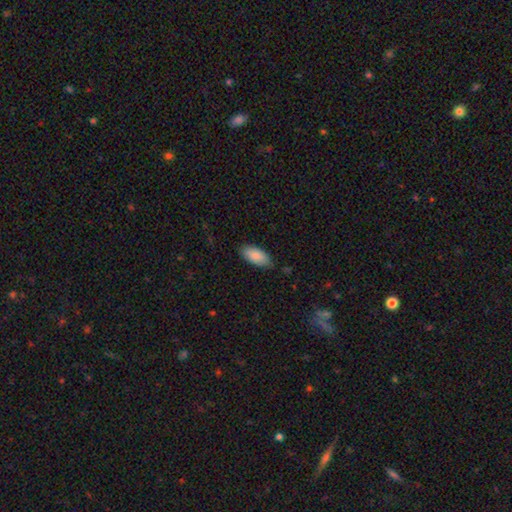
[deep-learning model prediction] The model was most divided on "merging": none: 81%, minor disturbance: 16%, major disturbance: 3%, merger: 1%. More confident: how rounded — in between (92%); smooth or featured — smooth (88%).